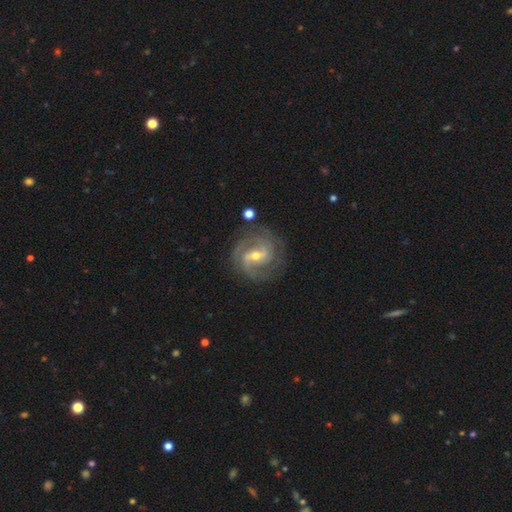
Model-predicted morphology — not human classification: featured or disk 87%, smooth 7%, star or artifact 5%. Down the decision tree: edge-on disk — no (97%); bar — weak (50%); spiral arms — yes (95%); spiral arm count — 2 (49%); spiral winding — medium (45%); bulge size — moderate (49%); merging — none (75%).